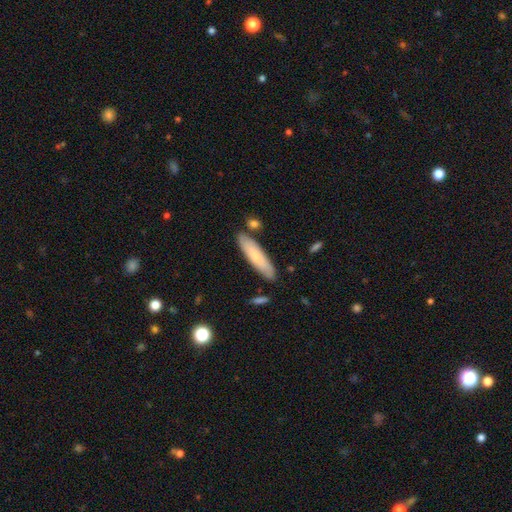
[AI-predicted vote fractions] Smooth or featured? Predicted: smooth (p=0.71). How rounded? Predicted: cigar-shaped (p=0.75). Merging? Predicted: none (p=0.82).